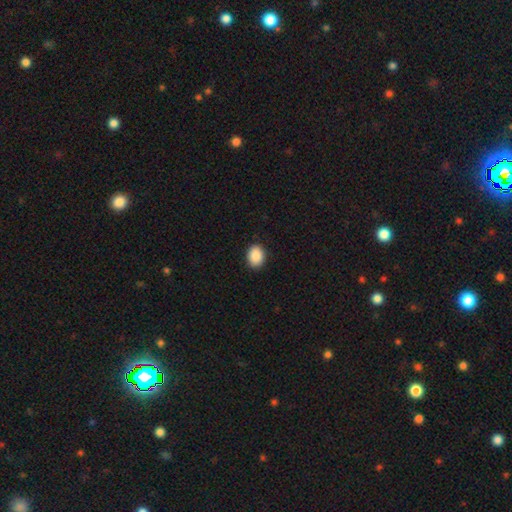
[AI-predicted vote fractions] This appears to be a smooth galaxy with no disk features (90%) that is in between round and cigar-shaped (65%). Merging: none (90%).